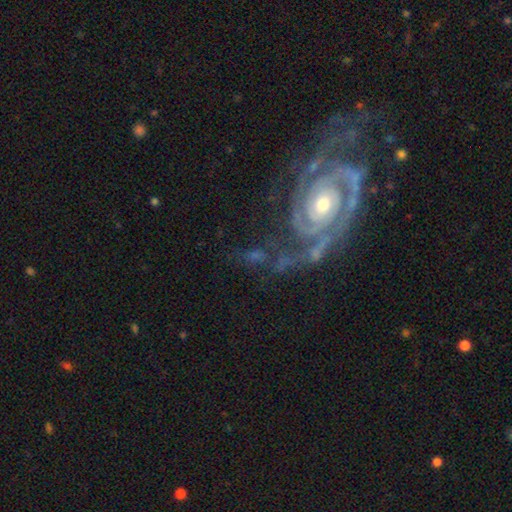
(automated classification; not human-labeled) Smooth or featured? featured or disk (78%)
Edge-on disk? no (96%)
Bar? no (61%)
Spiral arms? yes (93%)
Spiral winding? tight (63%)
Spiral arm count? 2 (43%)
Bulge size? moderate (57%)
Merging? none (52%)